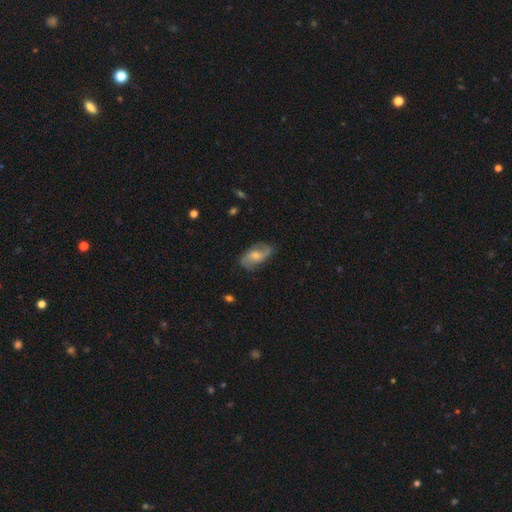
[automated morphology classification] Smooth or featured?
  - featured or disk: 66% *
  - smooth: 27%
  - star or artifact: 7%
Edge-on disk?
  - no: 95% *
  - yes: 5%
Bar?
  - no: 54% *
  - weak: 38%
  - strong: 7%
Spiral arms?
  - yes: 92% *
  - no: 8%
Spiral winding?
  - loose: 47% *
  - medium: 38%
  - tight: 14%
Spiral arm count?
  - 2: 84% *
  - can't tell: 8%
  - 1: 3%
  - 3: 3%
  - 4: 1%
  - more than 4: 1%
Bulge size?
  - small: 45% * (tied)
  - moderate: 45% * (tied)
  - none: 5%
  - large: 4%
  - dominant: 1%
Merging?
  - none: 72% *
  - minor disturbance: 20%
  - major disturbance: 7%
  - merger: 1%